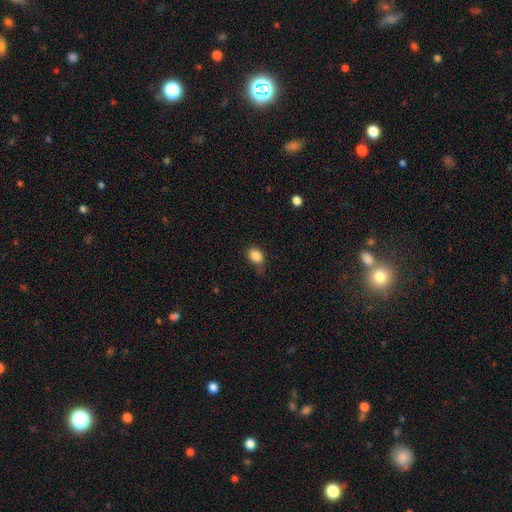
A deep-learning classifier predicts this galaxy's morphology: smooth_or_featured: smooth (p=0.86) [alt: star or artifact p=0.09]
how_rounded: in between (p=0.67) [alt: round p=0.32]
merging: none (p=0.67) [alt: minor disturbance p=0.25]